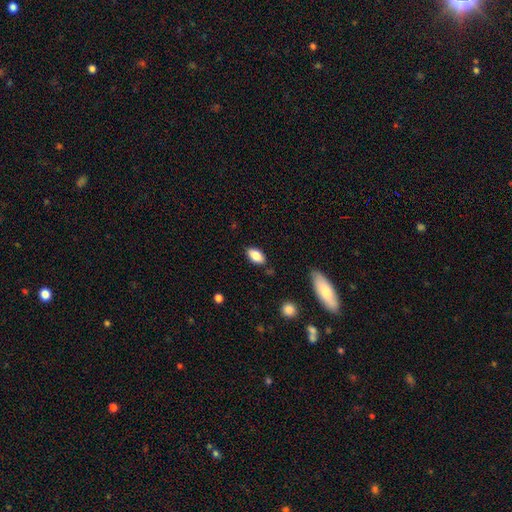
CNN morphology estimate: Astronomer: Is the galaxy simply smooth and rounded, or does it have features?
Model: smooth — 85%.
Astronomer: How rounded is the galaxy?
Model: in between — 92%.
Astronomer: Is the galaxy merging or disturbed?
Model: none — 84%.